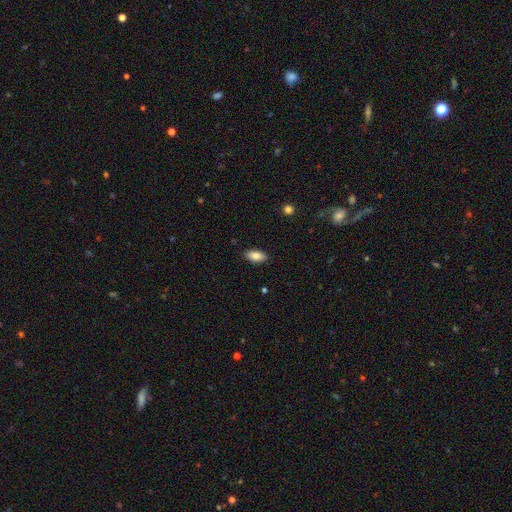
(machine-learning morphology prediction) smooth 83%, featured or disk 10%, star or artifact 7%. Down the decision tree: how rounded — in between (90%); merging — none (88%).